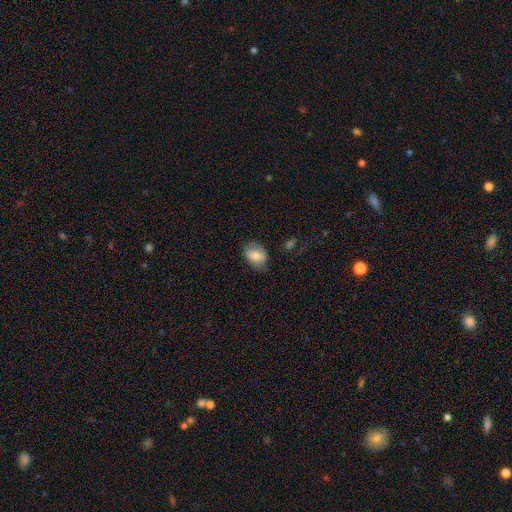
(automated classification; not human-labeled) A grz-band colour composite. It shows a smooth galaxy with no disk features (70%) that is in between round and cigar-shaped (76%). Merging: none (64%).